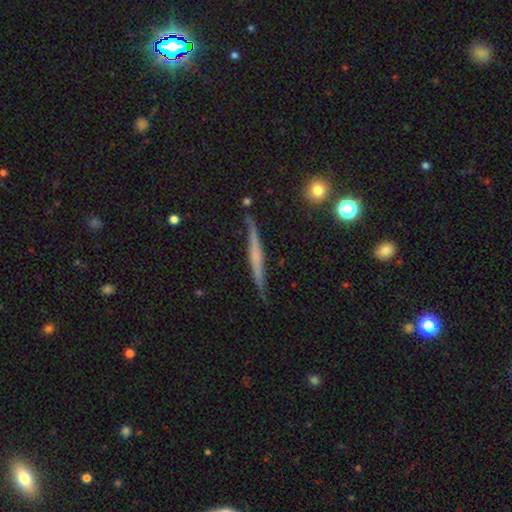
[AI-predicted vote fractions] smooth_or_featured: featured or disk (p=0.64) [alt: smooth p=0.29]
disk_edge_on: yes (p=0.96) [alt: no p=0.04]
edge_on_bulge: none (p=0.60) [alt: rounded p=0.25]
merging: none (p=0.83) [alt: minor disturbance p=0.12]